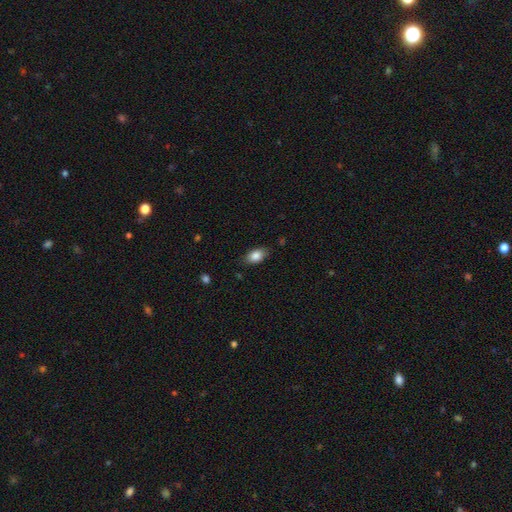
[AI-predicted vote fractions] This is clearly a smooth galaxy (85%). How rounded: clearly in between (89%). Merging: clearly none (81%).